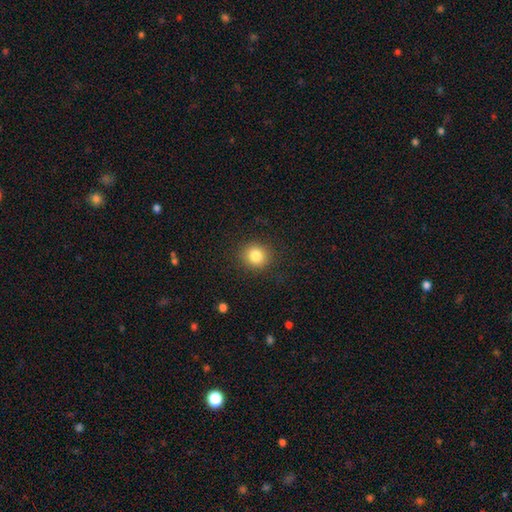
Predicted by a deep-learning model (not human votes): Smooth or featured?
  - smooth: 83% *
  - star or artifact: 11%
  - featured or disk: 6%
How rounded?
  - round: 86% *
  - in between: 13%
  - cigar-shaped: 1%
Merging?
  - none: 89% *
  - minor disturbance: 7%
  - major disturbance: 3%
  - merger: 1%